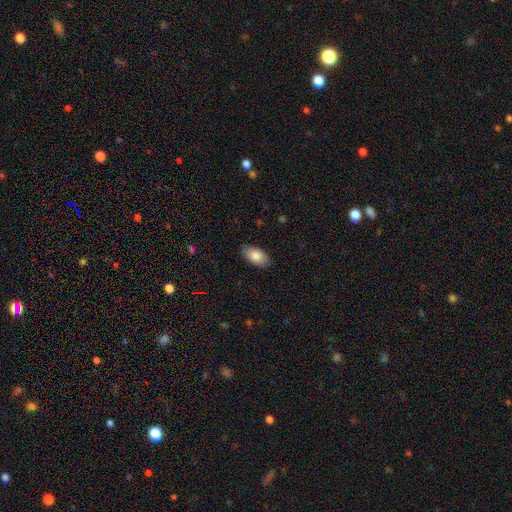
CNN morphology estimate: smooth-or-featured: smooth: 84% | featured or disk: 10% | star or artifact: 6%
  how-rounded: in between: 94% | round: 4% | cigar-shaped: 2%
  merging: none: 86% | minor disturbance: 11% | major disturbance: 2% | merger: 1%